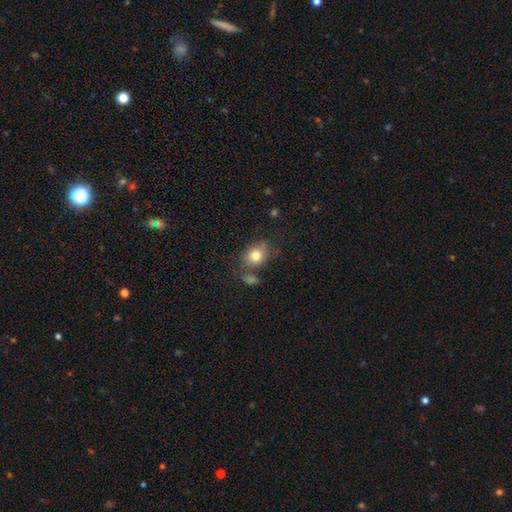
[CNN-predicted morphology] smooth-or-featured: smooth: 79% | featured or disk: 11% | star or artifact: 10%
  how-rounded: round: 58% | in between: 41% | cigar-shaped: 1%
  merging: none: 61% | minor disturbance: 17% | merger: 15% | major disturbance: 6%